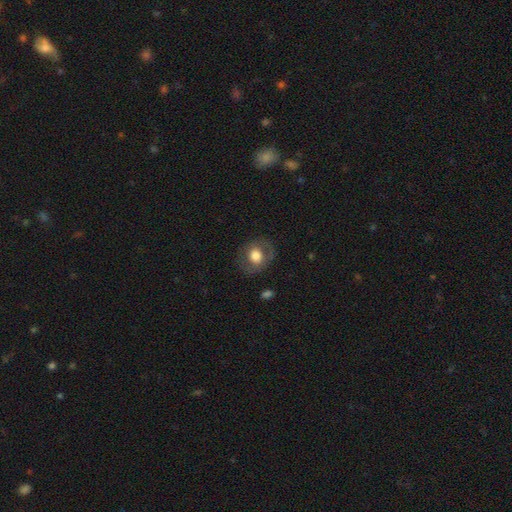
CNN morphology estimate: Smooth or featured? smooth (65%)
How rounded? round (64%)
Merging? none (77%)